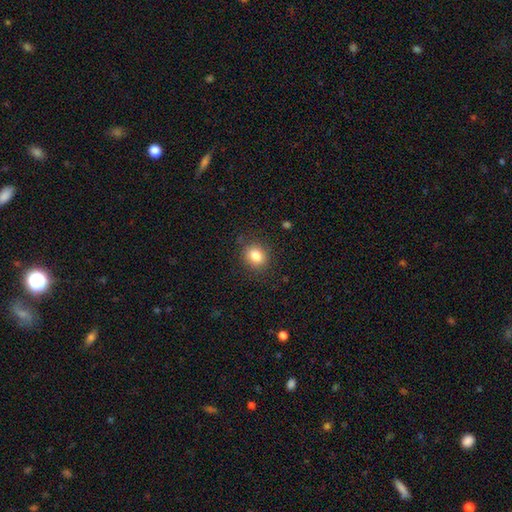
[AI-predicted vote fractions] Morphology: type=smooth (82%); roundness=round (66%); merging=none (86%).